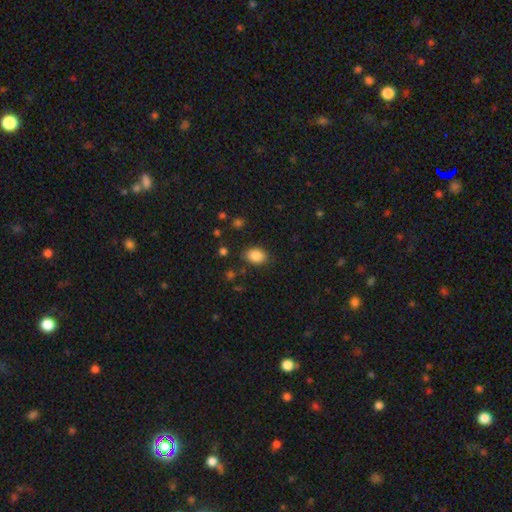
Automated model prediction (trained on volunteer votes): smooth_or_featured: smooth (p=0.87) [alt: star or artifact p=0.08]
how_rounded: in between (p=0.79) [alt: round p=0.20]
merging: none (p=0.83) [alt: minor disturbance p=0.12]